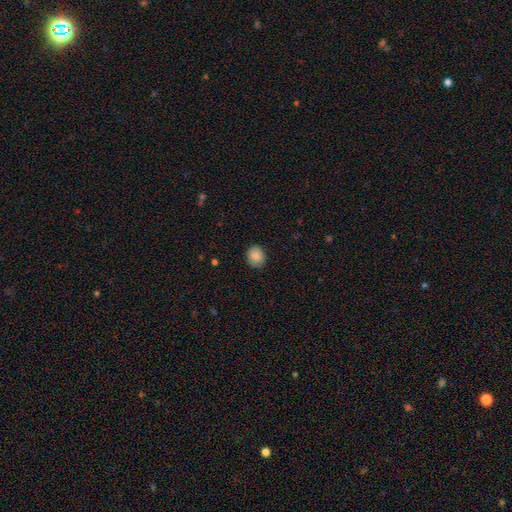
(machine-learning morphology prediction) Smooth or featured?
  - smooth: 87% *
  - star or artifact: 8%
  - featured or disk: 5%
How rounded?
  - round: 74% *
  - in between: 25%
  - cigar-shaped: 1%
Merging?
  - none: 87% *
  - minor disturbance: 10%
  - major disturbance: 2%
  - merger: 1%